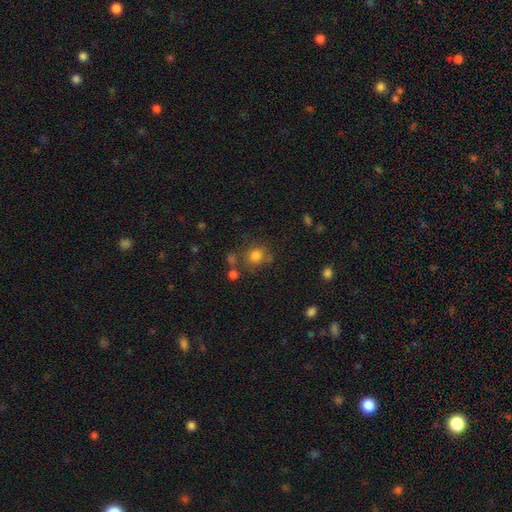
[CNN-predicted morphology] Smooth or featured: smooth — 79% (star or artifact — 13%)
How rounded: round — 83% (in between — 16%)
Merging: none — 69% (minor disturbance — 14%)